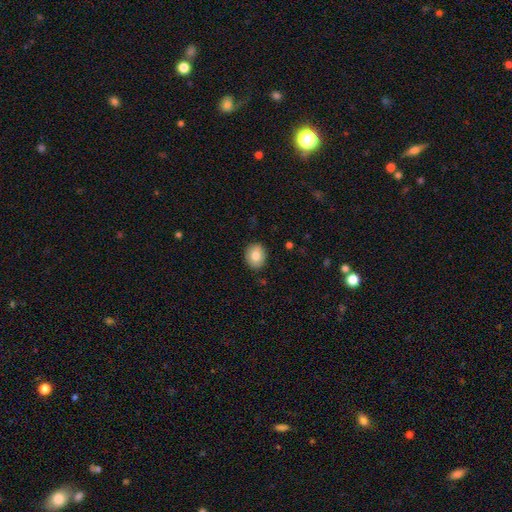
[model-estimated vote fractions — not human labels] Overall: smooth (80%). How rounded: round (62%; in between 37%). Merging: none (88%).